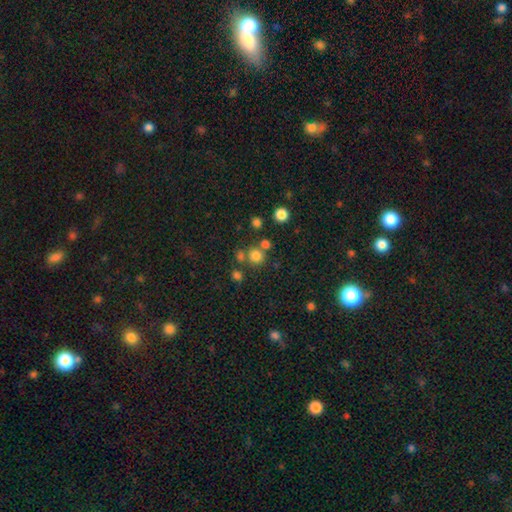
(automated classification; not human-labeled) smooth_or_featured: smooth (p=0.74) [alt: star or artifact p=0.19]
how_rounded: round (p=0.89) [alt: in between p=0.10]
merging: none (p=0.68) [alt: merger p=0.20]